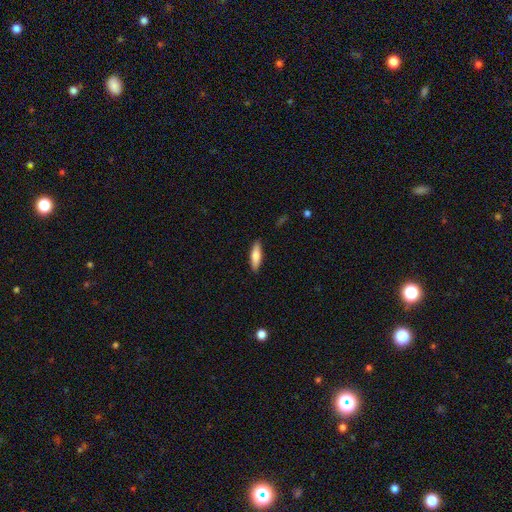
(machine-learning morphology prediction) A smooth galaxy with no disk features (77%) that is cigar-shaped (55%).

Vote fractions:
- Smooth or featured? smooth: 77% / featured or disk: 17% / star or artifact: 6%
- How rounded? cigar-shaped: 55% / in between: 43% / round: 2%
- Merging? none: 89% / minor disturbance: 9% / major disturbance: 2% / merger: 1%